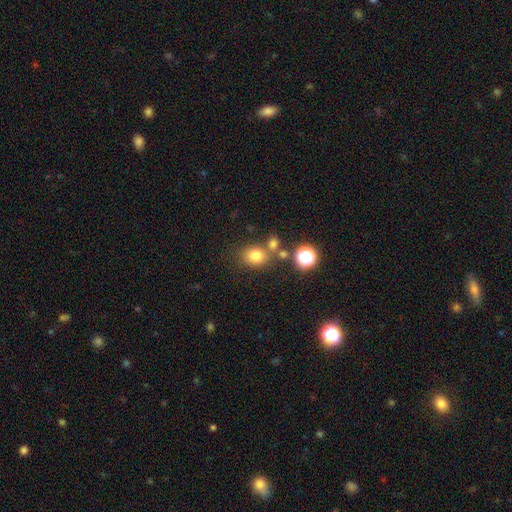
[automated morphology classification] Smooth or featured? smooth (77%)
How rounded? round (59%)
Merging? none (65%)